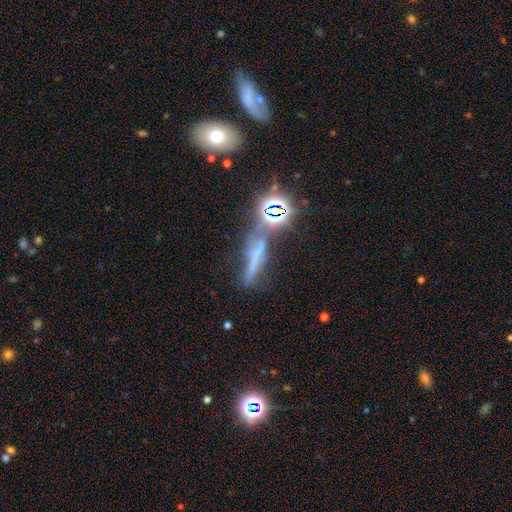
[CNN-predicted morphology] smooth-or-featured: star or artifact: 42% | featured or disk: 31% | smooth: 28%